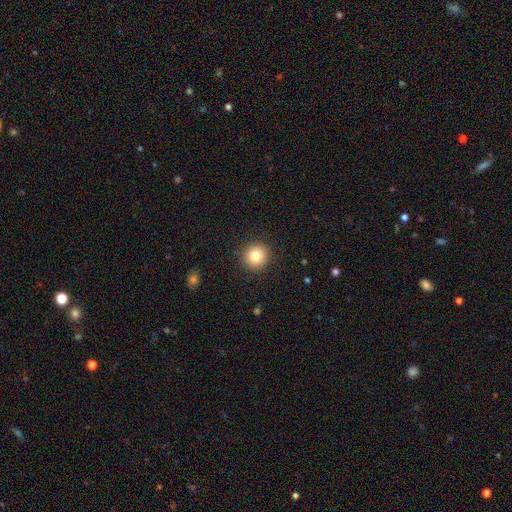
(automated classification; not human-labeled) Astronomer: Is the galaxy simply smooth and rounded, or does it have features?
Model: smooth — 81%.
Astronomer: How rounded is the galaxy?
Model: round — 94%.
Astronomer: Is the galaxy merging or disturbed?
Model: none — 92%.